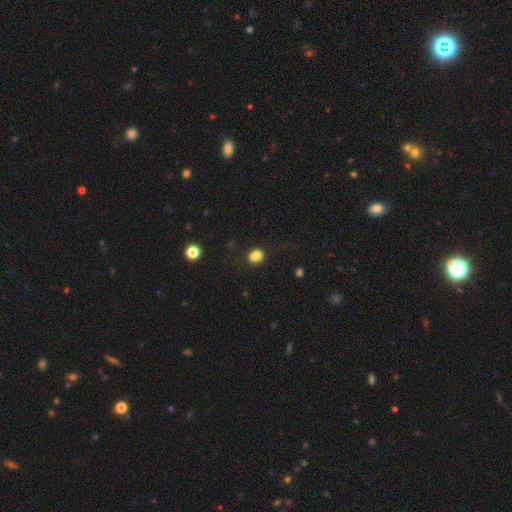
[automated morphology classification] This appears to be a smooth galaxy with no disk features (83%) that is round (52%). Merging: none (71%).